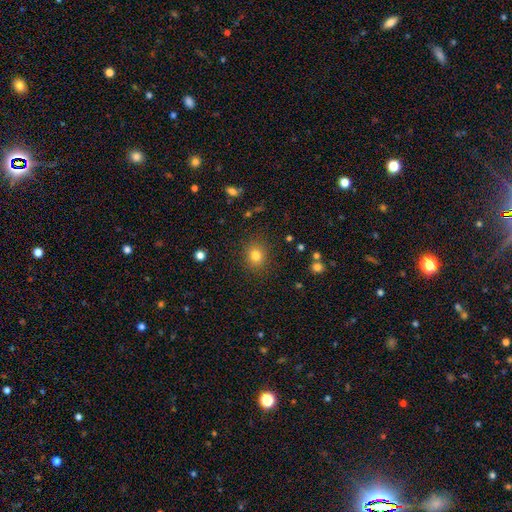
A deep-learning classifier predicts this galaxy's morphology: A smooth galaxy with no disk features (81%) that is round (79%). Merging: none (88%).